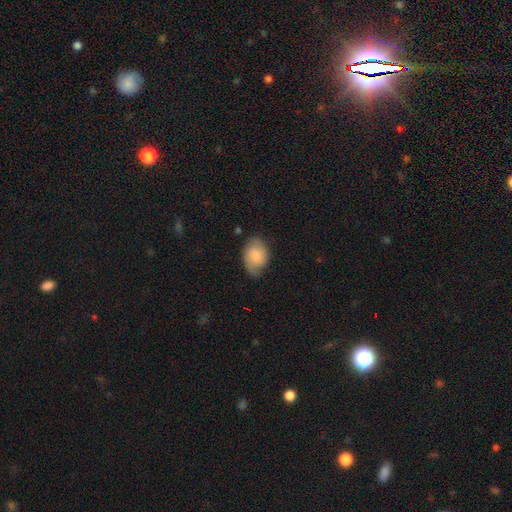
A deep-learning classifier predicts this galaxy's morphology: Overall: smooth (67%). How rounded: in between (78%). Merging: none (60%; minor disturbance 30%).